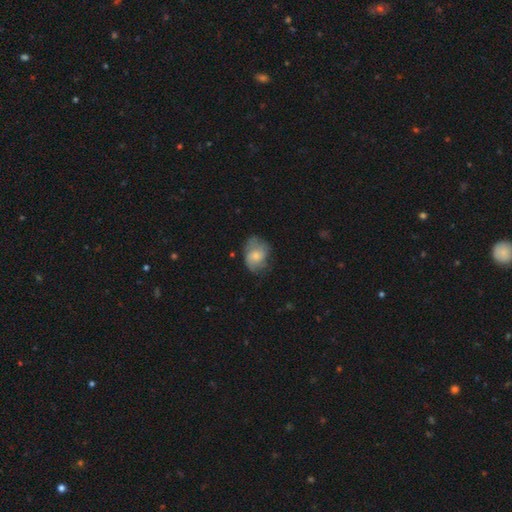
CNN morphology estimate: Q: Smooth or featured?
A: smooth (51%); runner-up: featured or disk (42%)
Q: How rounded?
A: in between (60%); runner-up: round (39%)
Q: Merging?
A: none (55%); runner-up: minor disturbance (29%)